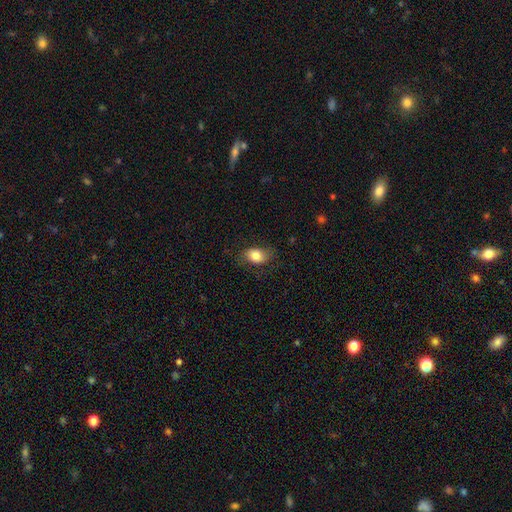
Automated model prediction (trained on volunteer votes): The model was most divided on "merging": none: 76%, minor disturbance: 17%, major disturbance: 5%, merger: 1%. More confident: smooth or featured — smooth (81%); how rounded — in between (80%).